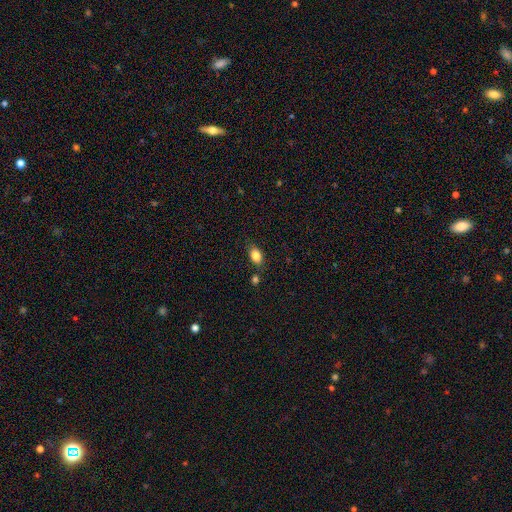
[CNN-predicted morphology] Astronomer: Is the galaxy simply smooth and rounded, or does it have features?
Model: smooth — 83%.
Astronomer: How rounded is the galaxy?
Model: in between — 83%.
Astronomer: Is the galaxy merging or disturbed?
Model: none — 76%.